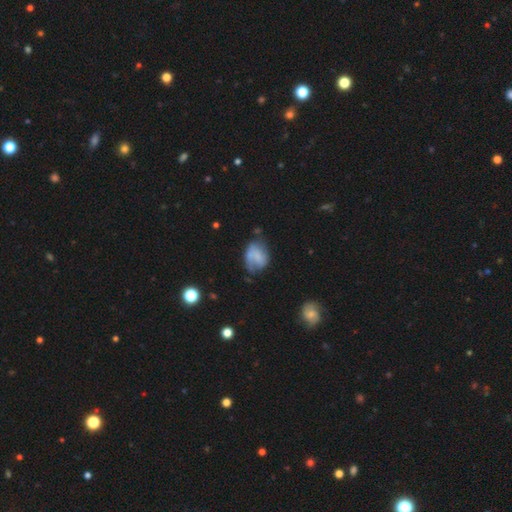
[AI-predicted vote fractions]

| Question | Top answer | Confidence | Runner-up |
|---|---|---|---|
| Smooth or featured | smooth | 49% | featured or disk (42%) |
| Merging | none | 41% | minor disturbance (32%) |